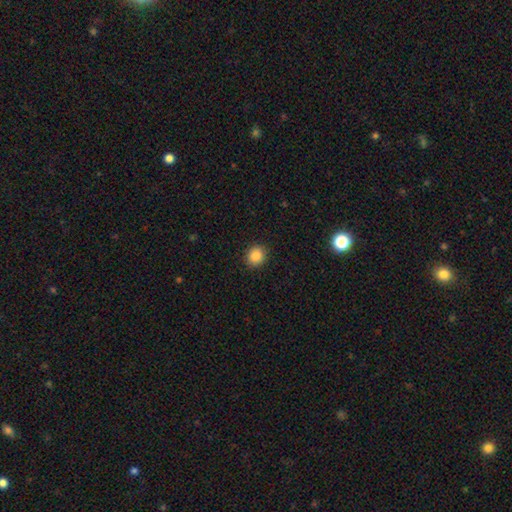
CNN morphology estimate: A smooth galaxy with no disk features (87%) that is round (79%).

Vote fractions:
- Smooth or featured? smooth: 87% / star or artifact: 10% / featured or disk: 4%
- How rounded? round: 79% / in between: 20% / cigar-shaped: 1%
- Merging? none: 90% / minor disturbance: 7% / major disturbance: 2% / merger: 1%